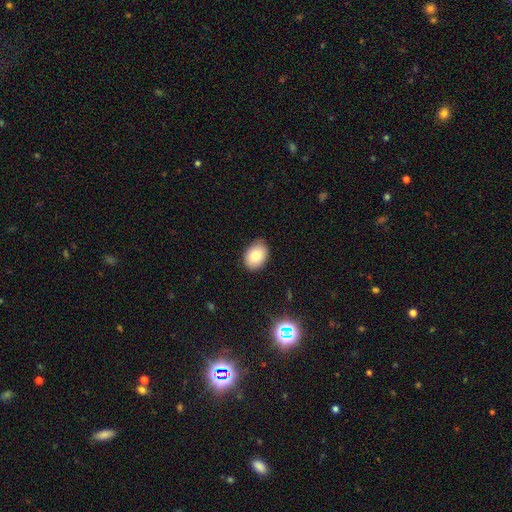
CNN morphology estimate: A smooth galaxy with no disk features (82%) that is in between round and cigar-shaped (74%). Merging: none (85%).